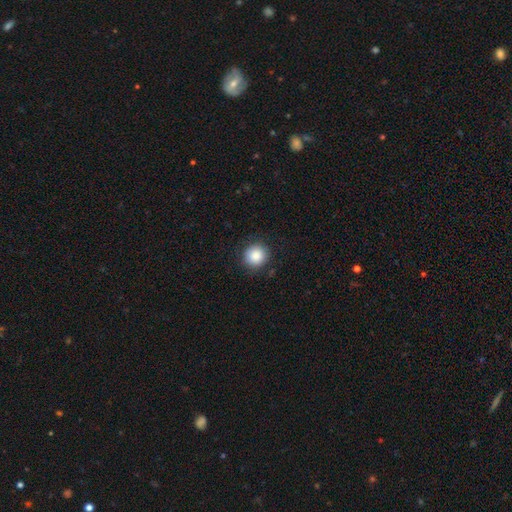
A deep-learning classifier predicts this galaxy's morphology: Smooth or featured? Predicted: smooth (p=0.86). How rounded? Predicted: round (p=0.92). Merging? Predicted: none (p=0.87).